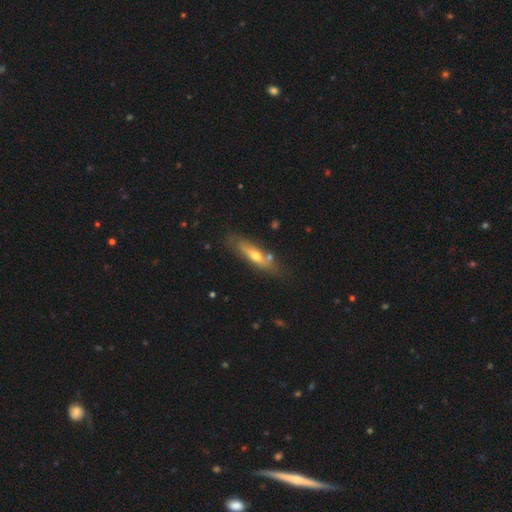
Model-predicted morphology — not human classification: Smooth or featured? featured or disk (47%)
Merging? none (72%)